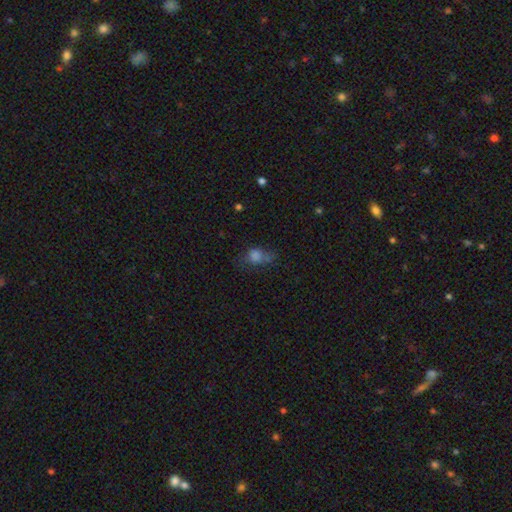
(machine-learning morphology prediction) smooth 66%, star or artifact 19%, featured or disk 15%. Down the decision tree: how rounded — in between (53%); merging — none (40%).